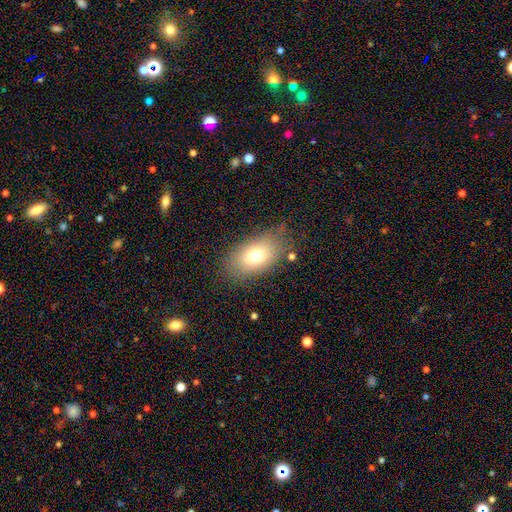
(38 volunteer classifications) Smooth or featured: smooth — 74% (featured or disk — 21%)
How rounded: in between — 93% (round — 7%)
Merging: none — 75% (minor disturbance — 17%)